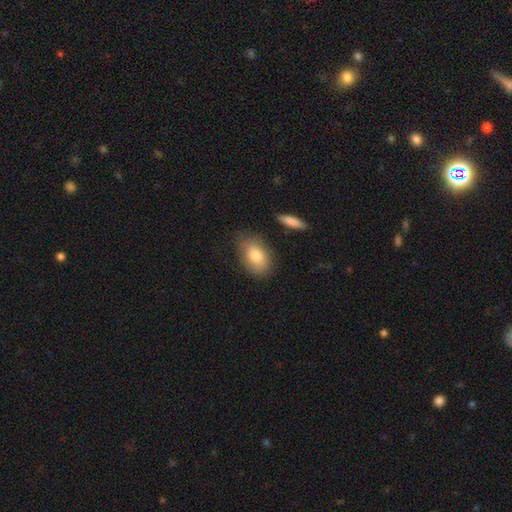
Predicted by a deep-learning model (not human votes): This is likely a smooth galaxy (79%). How rounded: clearly in between (87%). Merging: likely none (73%).